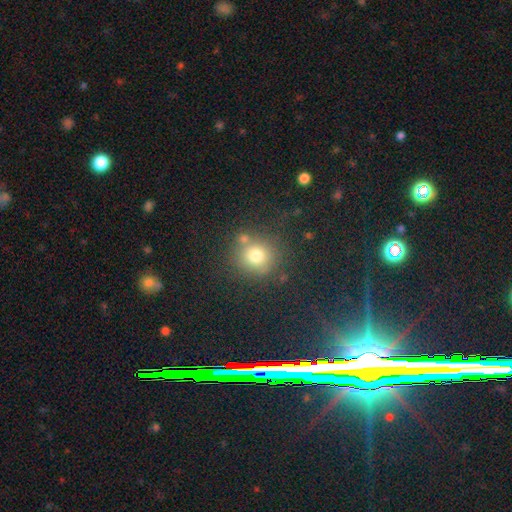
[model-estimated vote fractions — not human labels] This appears to be a smooth galaxy with no disk features (64%) that is round (91%). Merging: none (76%).